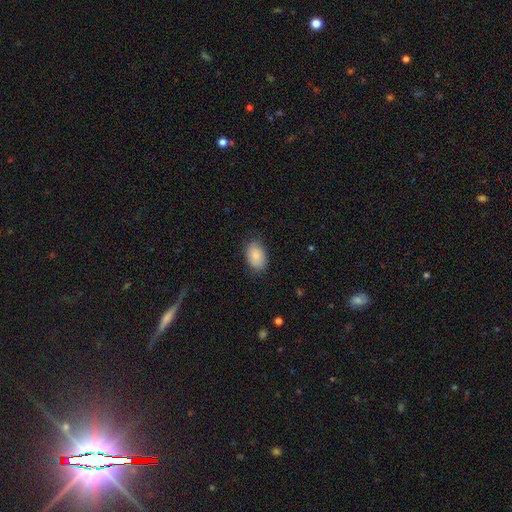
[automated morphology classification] Smooth or featured?
  - smooth: 85% *
  - featured or disk: 8%
  - star or artifact: 7%
How rounded?
  - in between: 87% *
  - round: 12%
  - cigar-shaped: 1%
Merging?
  - none: 80% *
  - minor disturbance: 16%
  - major disturbance: 3%
  - merger: 1%